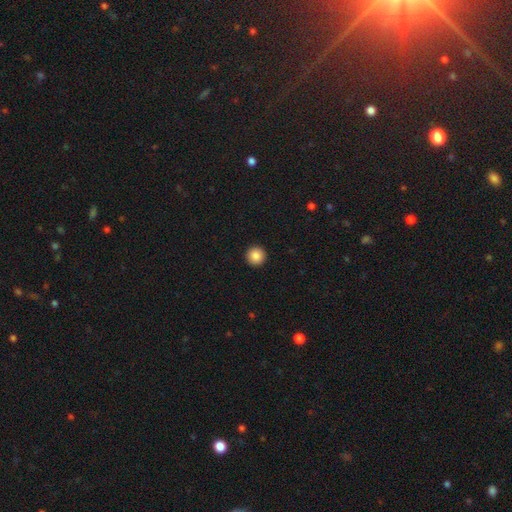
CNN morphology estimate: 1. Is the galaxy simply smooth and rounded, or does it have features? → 87% smooth, 9% star or artifact, 3% featured or disk.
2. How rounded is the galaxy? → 96% round, 3% in between, 1% cigar-shaped.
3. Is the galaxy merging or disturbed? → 94% none, 4% minor disturbance, 1% major disturbance, 1% merger.